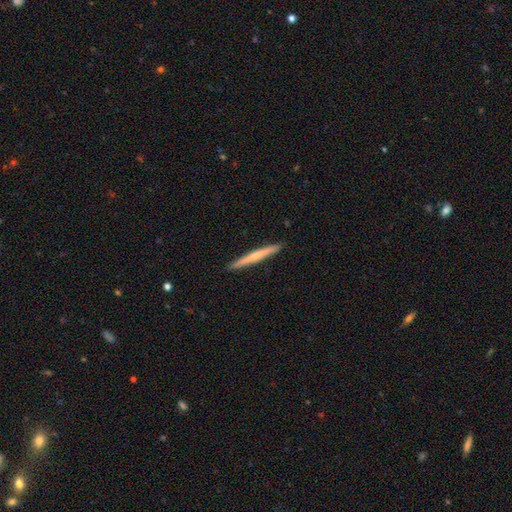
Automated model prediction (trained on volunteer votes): This is possibly a featured or disk galaxy (47%, tied with smooth). Merging: clearly none (93%).